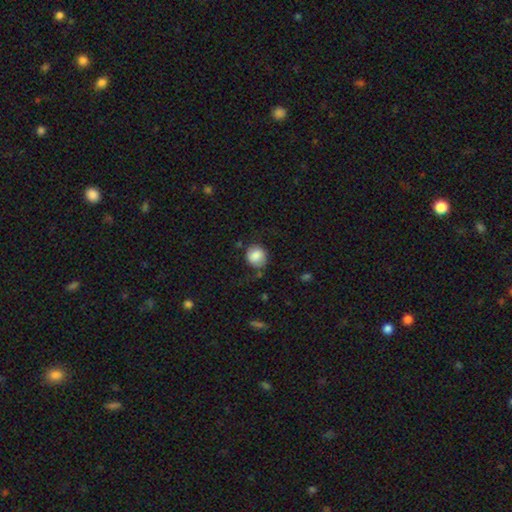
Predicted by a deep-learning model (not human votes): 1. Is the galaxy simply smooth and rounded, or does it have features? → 81% smooth, 11% featured or disk, 8% star or artifact.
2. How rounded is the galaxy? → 82% round, 17% in between, 1% cigar-shaped.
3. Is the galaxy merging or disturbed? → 68% none, 20% minor disturbance, 9% major disturbance, 3% merger.